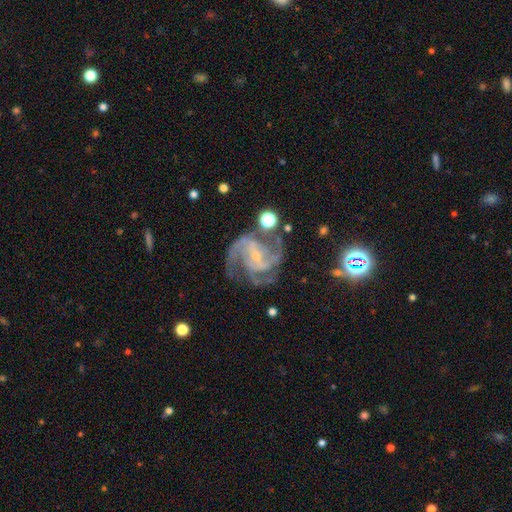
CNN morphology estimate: Q: Smooth or featured?
A: featured or disk (90%); runner-up: star or artifact (6%)
Q: Edge-on disk?
A: no (98%); runner-up: yes (2%)
Q: Bar?
A: weak (41%); runner-up: no (36%)
Q: Spiral arms?
A: yes (98%); runner-up: no (2%)
Q: Spiral winding?
A: medium (56%); runner-up: tight (32%)
Q: Spiral arm count?
A: 3 (40%); runner-up: 2 (27%)
Q: Bulge size?
A: small (76%); runner-up: moderate (20%)
Q: Merging?
A: none (67%); runner-up: minor disturbance (18%)